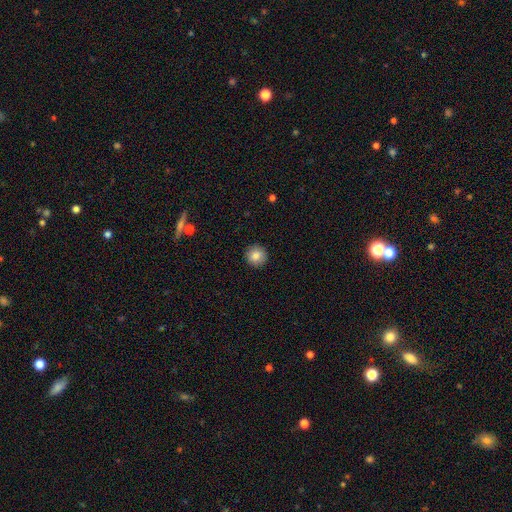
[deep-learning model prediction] Smooth or featured? Predicted: smooth (p=0.84). How rounded? Predicted: round (p=0.95). Merging? Predicted: none (p=0.92).